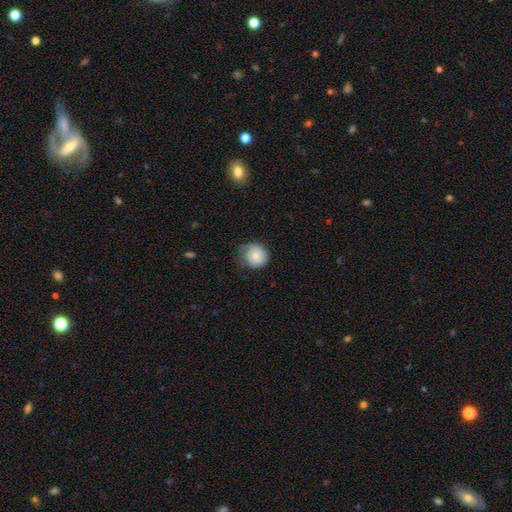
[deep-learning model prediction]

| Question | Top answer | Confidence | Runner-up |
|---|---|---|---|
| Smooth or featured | smooth | 80% | featured or disk (12%) |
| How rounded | round | 85% | in between (14%) |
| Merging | none | 56% | minor disturbance (33%) |